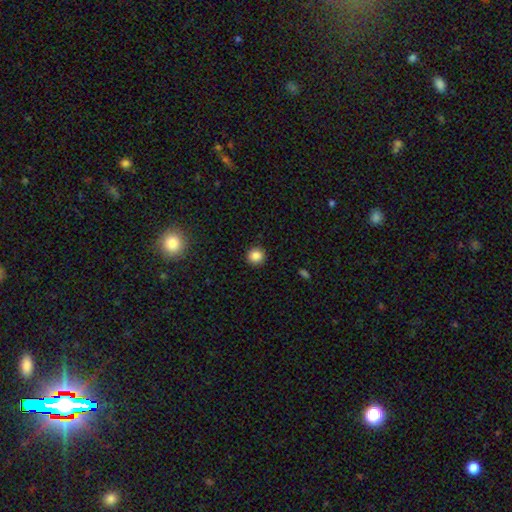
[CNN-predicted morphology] Smooth or featured?
  - smooth: 85% *
  - star or artifact: 11%
  - featured or disk: 4%
How rounded?
  - round: 94% *
  - in between: 5%
  - cigar-shaped: 1%
Merging?
  - none: 92% *
  - minor disturbance: 5%
  - major disturbance: 2%
  - merger: 1%